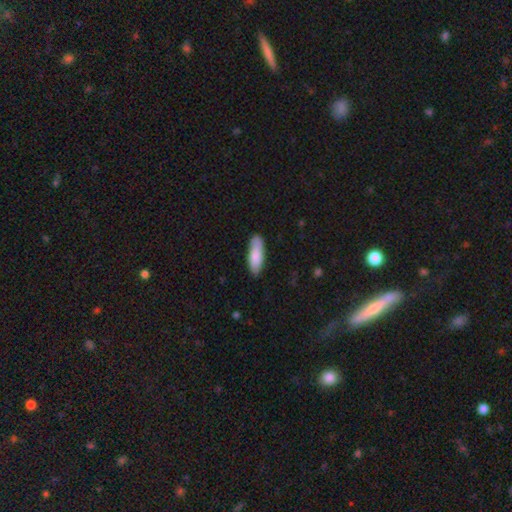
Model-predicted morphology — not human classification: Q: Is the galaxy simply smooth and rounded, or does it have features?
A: smooth — 83%.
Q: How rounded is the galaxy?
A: in between — 59%.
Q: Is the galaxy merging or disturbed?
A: none — 83%.